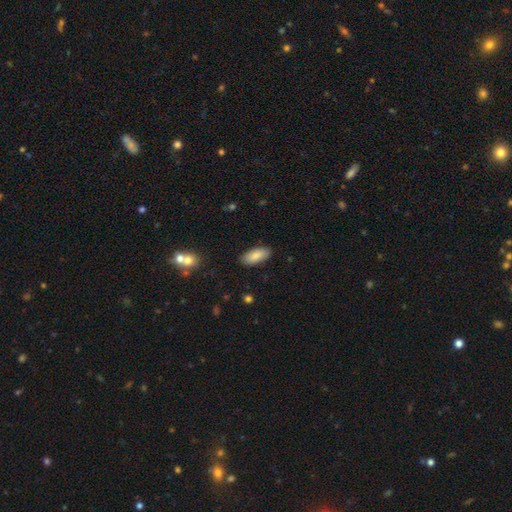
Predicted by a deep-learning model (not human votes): Q: Smooth or featured?
A: smooth (86%); runner-up: featured or disk (8%)
Q: How rounded?
A: in between (87%); runner-up: cigar-shaped (11%)
Q: Merging?
A: none (87%); runner-up: minor disturbance (9%)